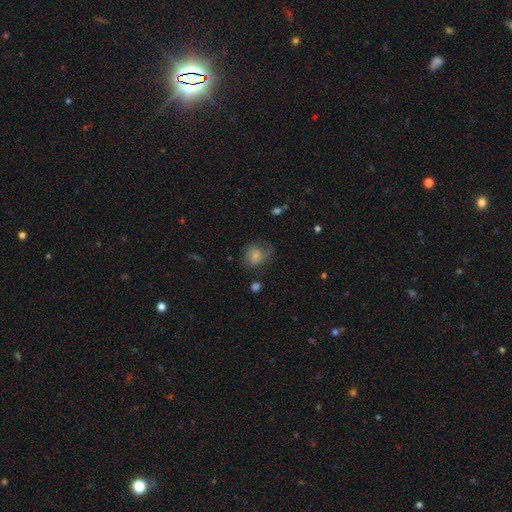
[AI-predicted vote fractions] Smooth or featured?
  - smooth: 62% *
  - featured or disk: 28%
  - star or artifact: 9%
How rounded?
  - round: 62% *
  - in between: 37%
  - cigar-shaped: 1%
Merging?
  - none: 58% *
  - minor disturbance: 26%
  - major disturbance: 14%
  - merger: 2%